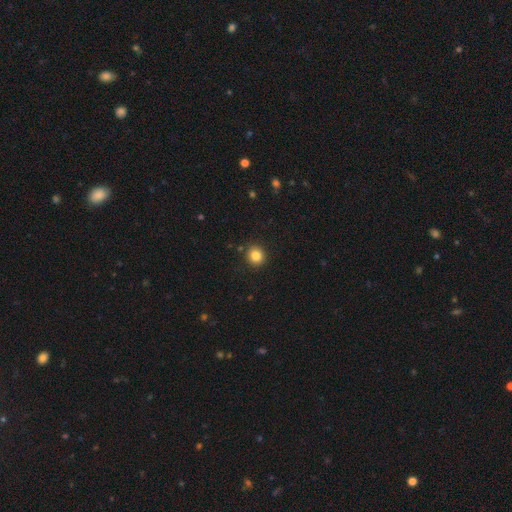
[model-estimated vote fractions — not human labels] A smooth galaxy with no disk features (84%) that is round (86%). Merging: none (90%).